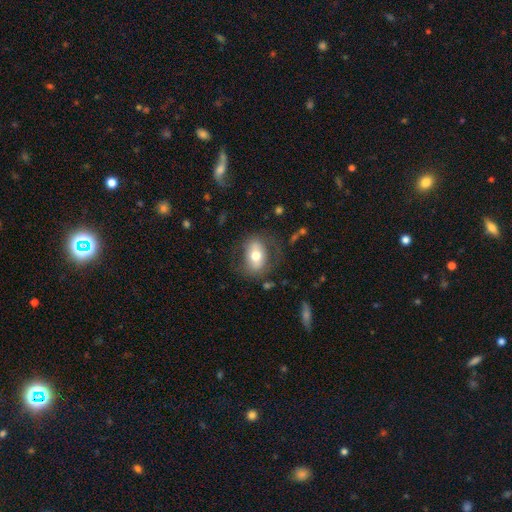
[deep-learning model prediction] smooth_or_featured: smooth (p=0.59) [alt: featured or disk p=0.34]
how_rounded: in between (p=0.81) [alt: round p=0.17]
merging: none (p=0.71) [alt: minor disturbance p=0.17]